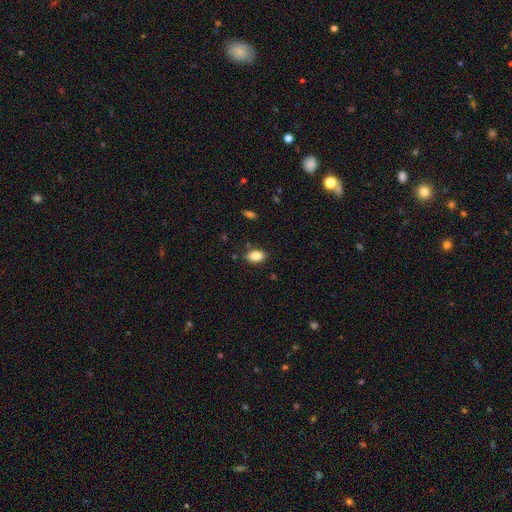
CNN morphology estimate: Smooth or featured? Predicted: smooth (p=0.84). How rounded? Predicted: in between (p=0.90). Merging? Predicted: none (p=0.84).